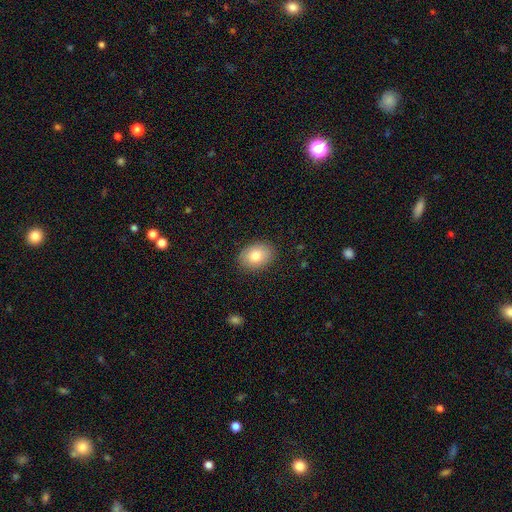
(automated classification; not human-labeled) Q: Smooth or featured?
A: smooth (80%); runner-up: featured or disk (12%)
Q: How rounded?
A: in between (73%); runner-up: round (26%)
Q: Merging?
A: none (87%); runner-up: minor disturbance (9%)